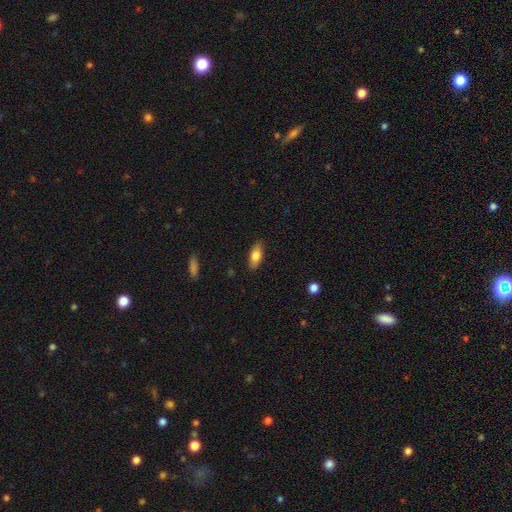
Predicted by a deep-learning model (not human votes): smooth-or-featured: smooth: 81% | featured or disk: 13% | star or artifact: 7%
  how-rounded: in between: 84% | cigar-shaped: 13% | round: 3%
  merging: none: 86% | minor disturbance: 11% | major disturbance: 2% | merger: 1%